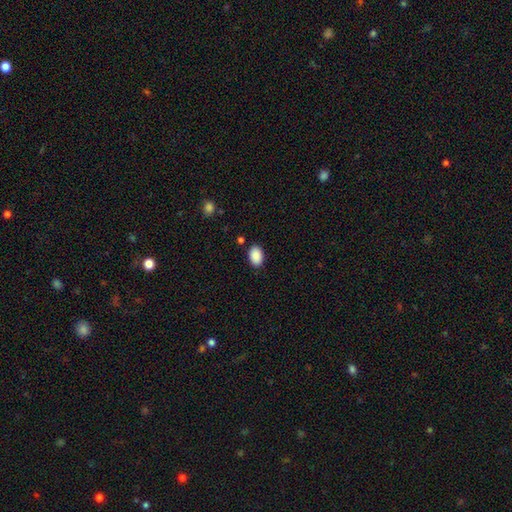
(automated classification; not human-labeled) A smooth galaxy with no disk features (90%) that is in between round and cigar-shaped (89%).

Vote fractions:
- Smooth or featured? smooth: 90% / star or artifact: 7% / featured or disk: 3%
- How rounded? in between: 89% / round: 9% / cigar-shaped: 1%
- Merging? none: 87% / minor disturbance: 9% / major disturbance: 2% / merger: 2%